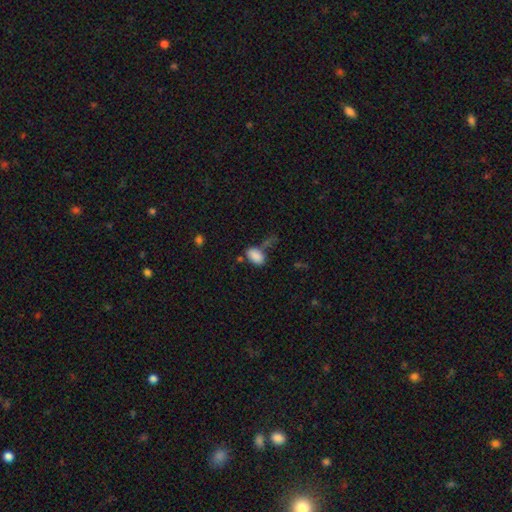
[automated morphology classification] A smooth galaxy with no disk features (85%) that is in between round and cigar-shaped (92%). Merging: none (51%).